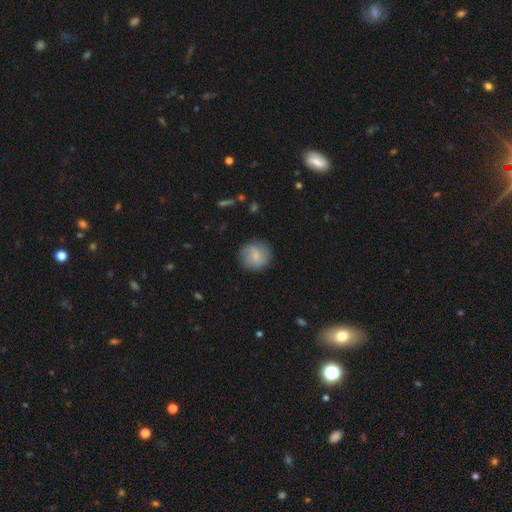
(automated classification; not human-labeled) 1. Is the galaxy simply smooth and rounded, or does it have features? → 73% smooth, 20% featured or disk, 7% star or artifact.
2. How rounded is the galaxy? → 92% round, 7% in between, 1% cigar-shaped.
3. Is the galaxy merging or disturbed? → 82% none, 13% minor disturbance, 4% major disturbance, 1% merger.